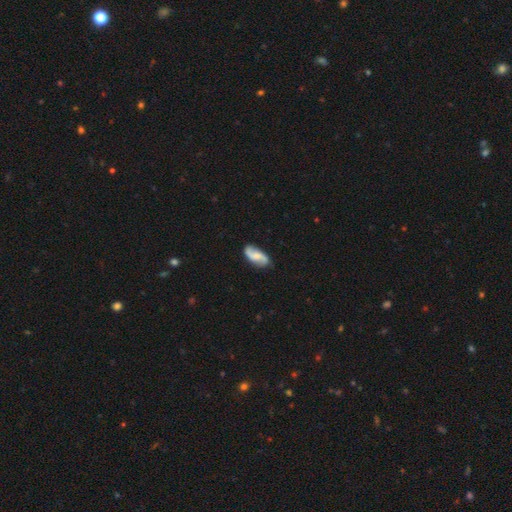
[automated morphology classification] The model was most divided on "bulge size": small: 34%, moderate: 30%, none: 28%, large: 7%, dominant: 2%. Remaining: edge-on disk — no (96%); spiral arms — yes (94%); spiral arm count — 2 (92%); merging — none (81%); smooth or featured — featured or disk (67%); spiral winding — loose (62%); bar — no (47%).